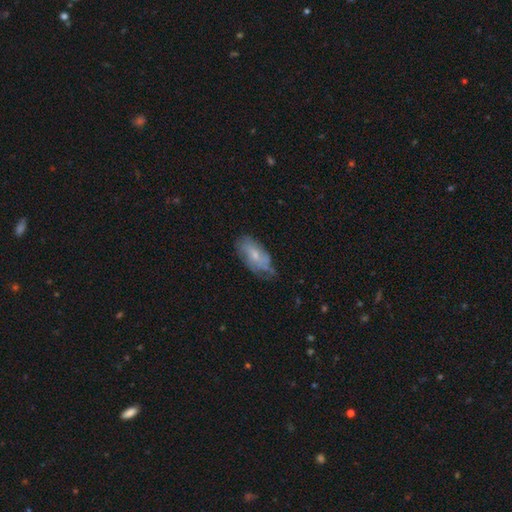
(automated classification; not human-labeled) smooth 50%, featured or disk 42%, star or artifact 7%. Down the decision tree: how rounded — in between (89%); merging — none (53%).